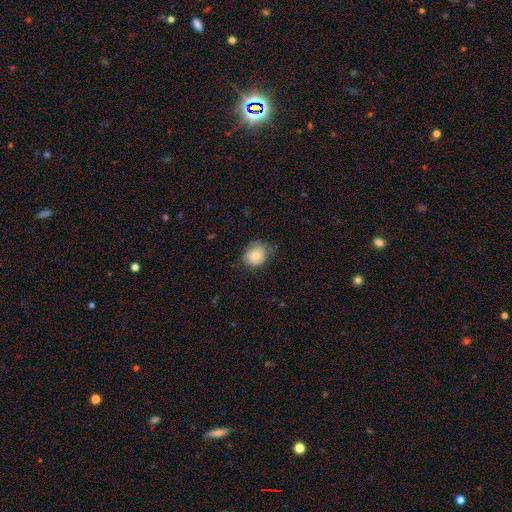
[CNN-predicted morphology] type=smooth (77%); roundness=round (73%); merging=none (63%).